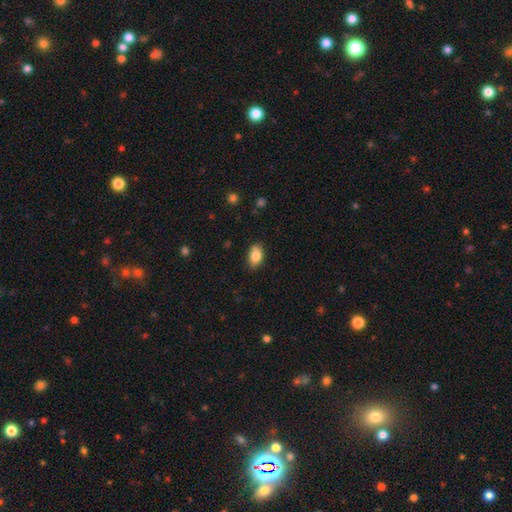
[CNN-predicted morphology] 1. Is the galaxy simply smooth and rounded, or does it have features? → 84% smooth, 9% featured or disk, 8% star or artifact.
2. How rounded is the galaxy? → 88% in between, 10% round, 2% cigar-shaped.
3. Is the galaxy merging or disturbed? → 83% none, 14% minor disturbance, 2% major disturbance, 1% merger.